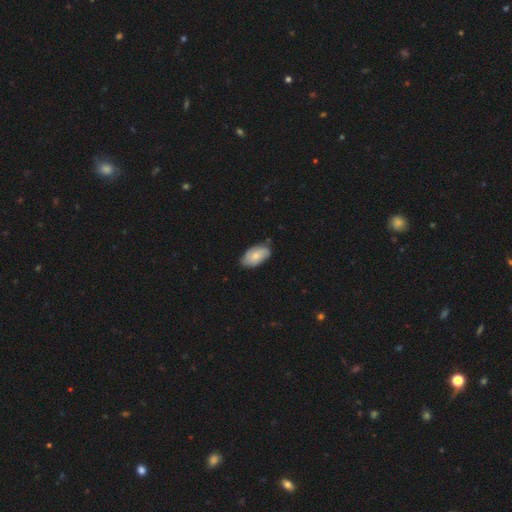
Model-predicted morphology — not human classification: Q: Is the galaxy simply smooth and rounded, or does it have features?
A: smooth — 68%.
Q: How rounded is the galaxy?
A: in between — 94%.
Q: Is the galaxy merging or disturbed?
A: none — 72%.